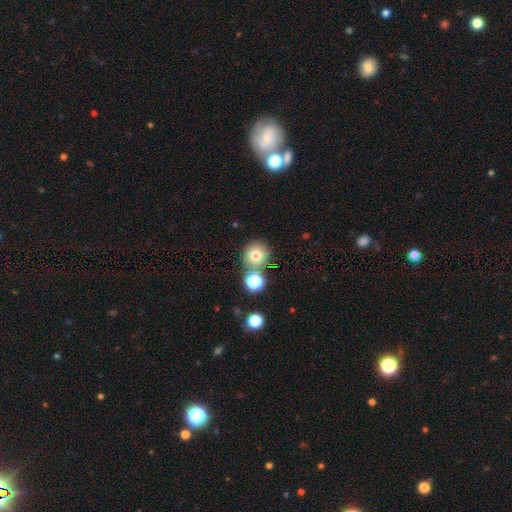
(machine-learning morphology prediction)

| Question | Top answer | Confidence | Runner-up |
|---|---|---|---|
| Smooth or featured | smooth | 75% | star or artifact (16%) |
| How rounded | round | 91% | in between (8%) |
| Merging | none | 72% | merger (16%) |